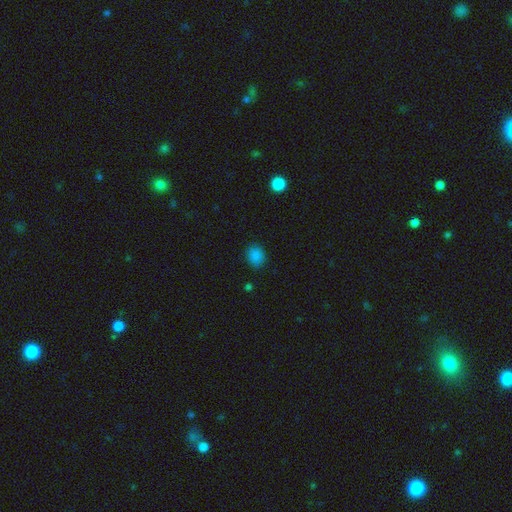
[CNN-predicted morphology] smooth_or_featured: smooth (p=0.84) [alt: star or artifact p=0.12]
how_rounded: round (p=0.55) [alt: in between p=0.44]
merging: none (p=0.86) [alt: minor disturbance p=0.10]